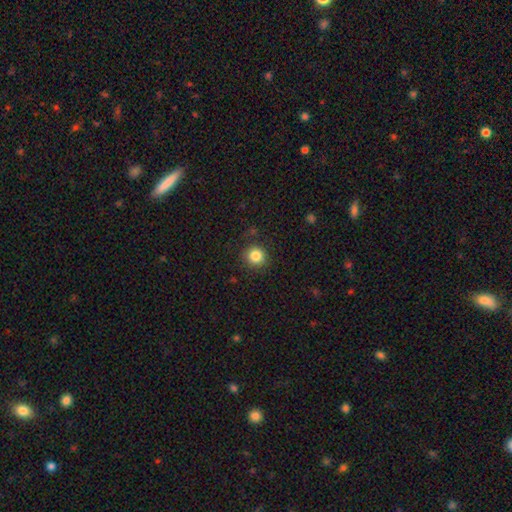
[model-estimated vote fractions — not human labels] Smooth or featured? smooth (85%)
How rounded? round (92%)
Merging? none (87%)